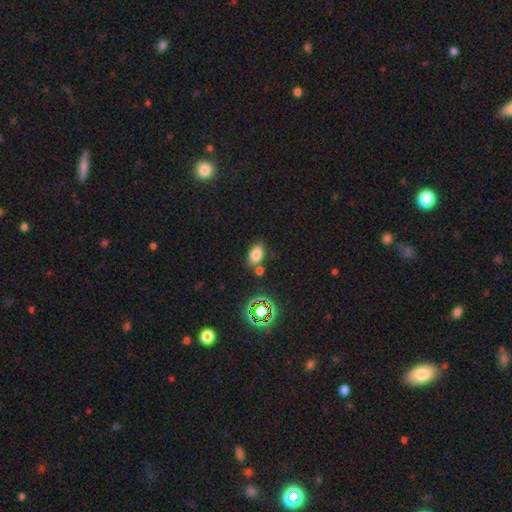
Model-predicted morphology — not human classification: Smooth or featured? smooth (77%)
How rounded? in between (87%)
Merging? none (72%)